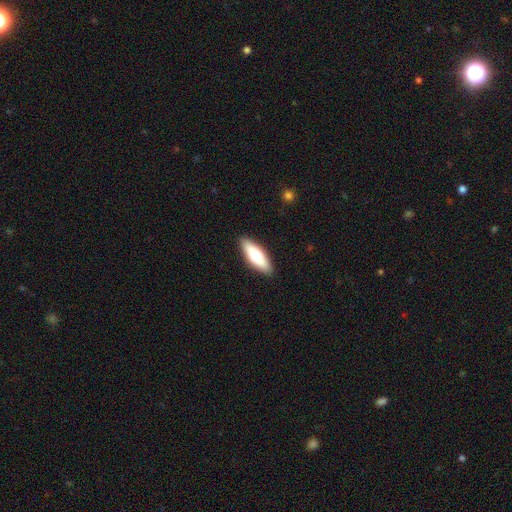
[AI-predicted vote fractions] smooth-or-featured: smooth: 70% | featured or disk: 25% | star or artifact: 5%
  how-rounded: in between: 52% | cigar-shaped: 46% | round: 2%
  merging: none: 90% | minor disturbance: 8% | major disturbance: 2% | merger: 1%